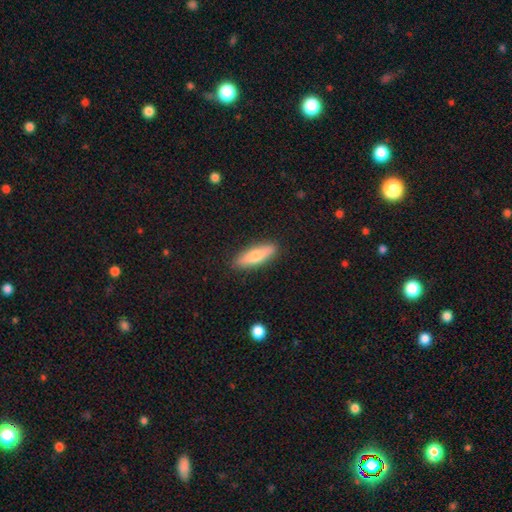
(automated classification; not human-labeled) smooth 69%, featured or disk 25%, star or artifact 6%. Down the decision tree: how rounded — cigar-shaped (60%); merging — none (89%).